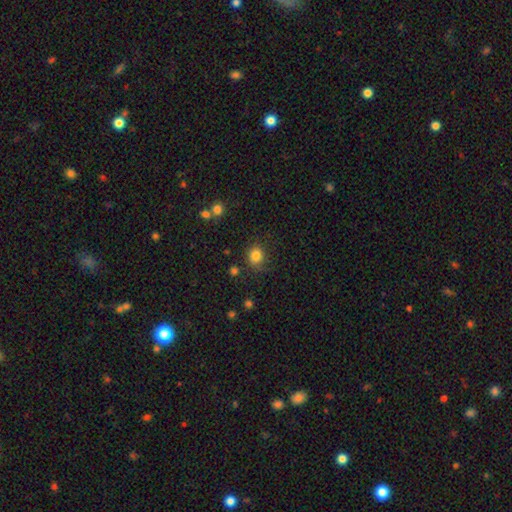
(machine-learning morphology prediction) Smooth or featured?
  - smooth: 82% *
  - star or artifact: 12%
  - featured or disk: 6%
How rounded?
  - round: 77% *
  - in between: 22%
  - cigar-shaped: 1%
Merging?
  - none: 77% *
  - minor disturbance: 15%
  - major disturbance: 5%
  - merger: 3%